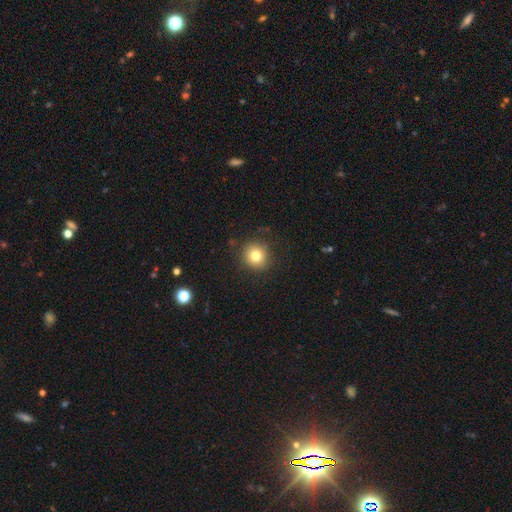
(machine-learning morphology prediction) A smooth galaxy with no disk features (79%) that is round (91%). Merging: none (87%).